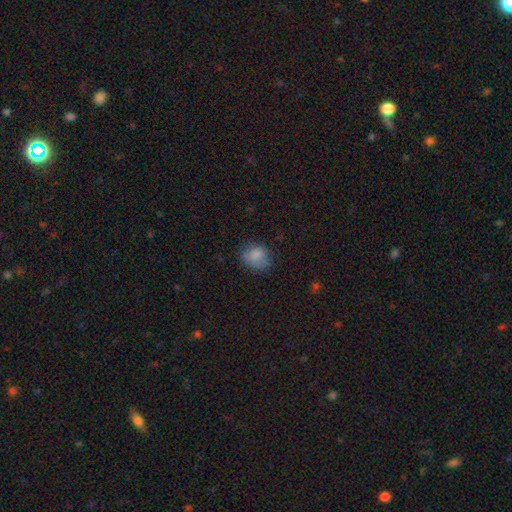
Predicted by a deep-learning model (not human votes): A smooth galaxy with no disk features (81%) that is round (50%). Merging: none (65%).